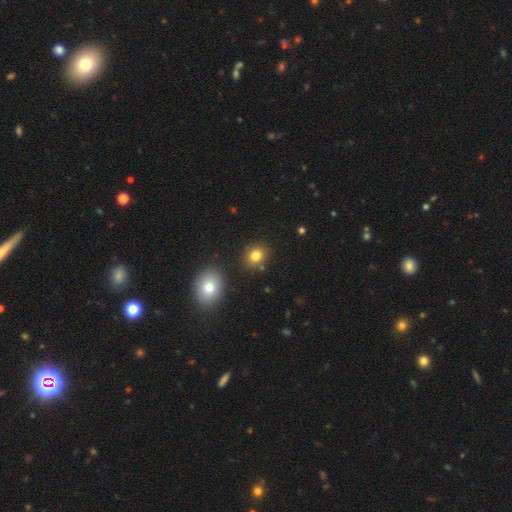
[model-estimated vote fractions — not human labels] smooth-or-featured: smooth: 81% | star or artifact: 12% | featured or disk: 7%
  how-rounded: round: 68% | in between: 31% | cigar-shaped: 1%
  merging: none: 83% | minor disturbance: 9% | merger: 5% | major disturbance: 3%